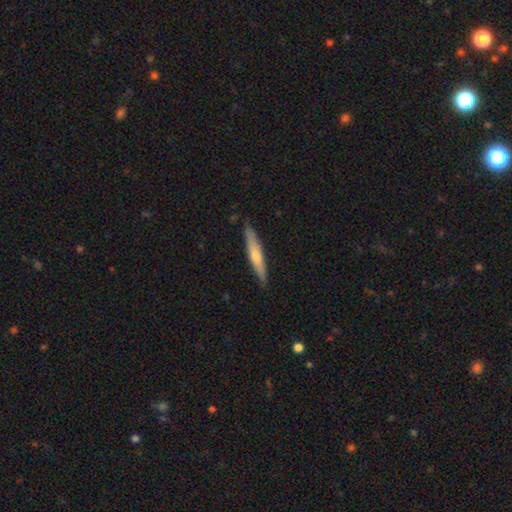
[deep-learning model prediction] Morphology: type=smooth (51%); roundness=cigar-shaped (92%); merging=none (87%).